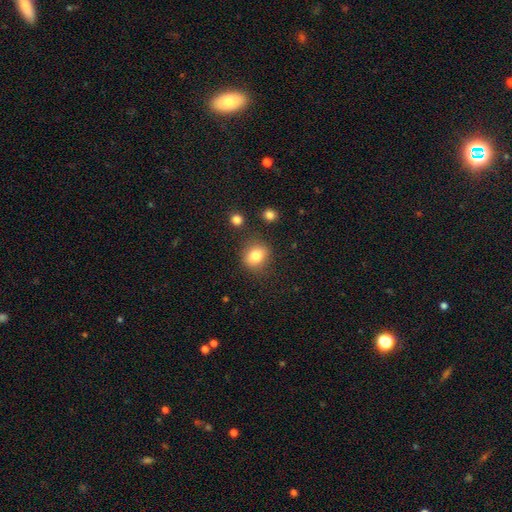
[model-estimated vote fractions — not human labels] A smooth galaxy with no disk features (80%) that is round (71%).

Vote fractions:
- Smooth or featured? smooth: 80% / star or artifact: 11% / featured or disk: 9%
- How rounded? round: 71% / in between: 28% / cigar-shaped: 1%
- Merging? none: 82% / minor disturbance: 11% / major disturbance: 4% / merger: 3%